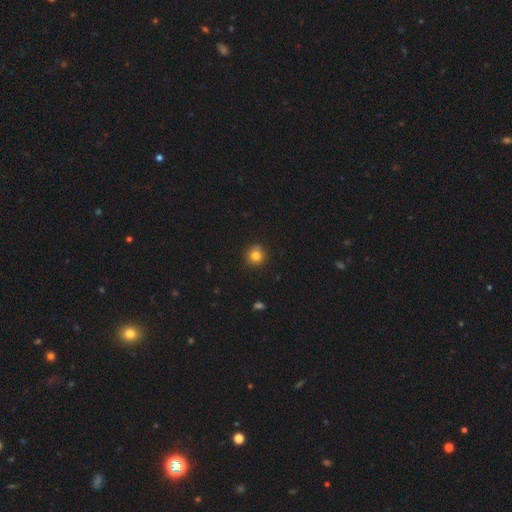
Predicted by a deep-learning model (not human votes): This is clearly a smooth galaxy (81%). How rounded: clearly round (93%). Merging: clearly none (86%).